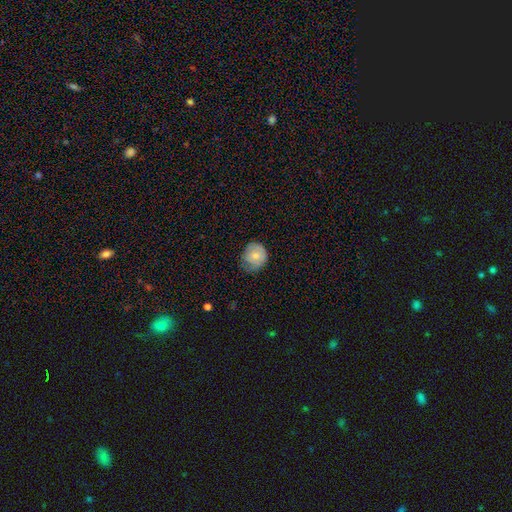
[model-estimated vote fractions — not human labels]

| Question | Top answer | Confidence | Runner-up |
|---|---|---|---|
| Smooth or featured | smooth | 73% | featured or disk (20%) |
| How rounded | round | 72% | in between (27%) |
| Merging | none | 52% | minor disturbance (35%) |